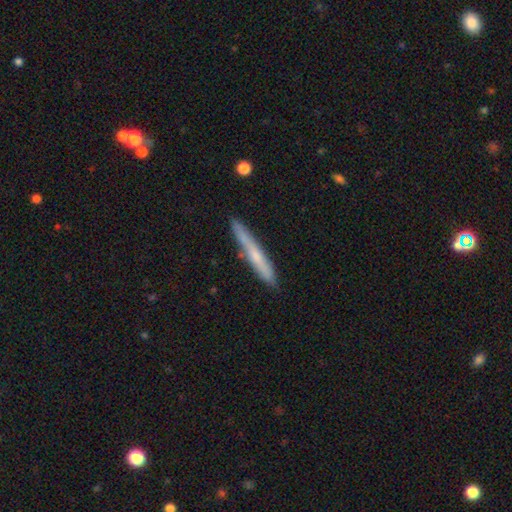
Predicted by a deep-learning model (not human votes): smooth-or-featured: smooth: 53% | featured or disk: 40% | star or artifact: 6%
  how-rounded: cigar-shaped: 96% | in between: 3% | round: 1%
  merging: none: 83% | minor disturbance: 13% | merger: 2% | major disturbance: 2%